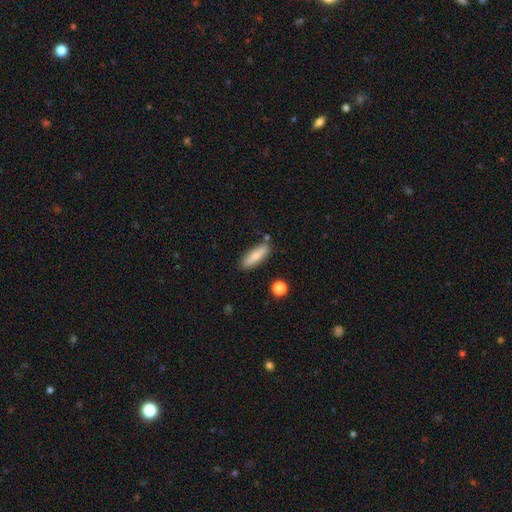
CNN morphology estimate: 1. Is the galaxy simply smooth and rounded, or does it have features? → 79% smooth, 14% featured or disk, 6% star or artifact.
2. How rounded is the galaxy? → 62% cigar-shaped, 36% in between, 2% round.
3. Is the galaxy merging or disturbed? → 83% none, 11% minor disturbance, 4% merger, 2% major disturbance.